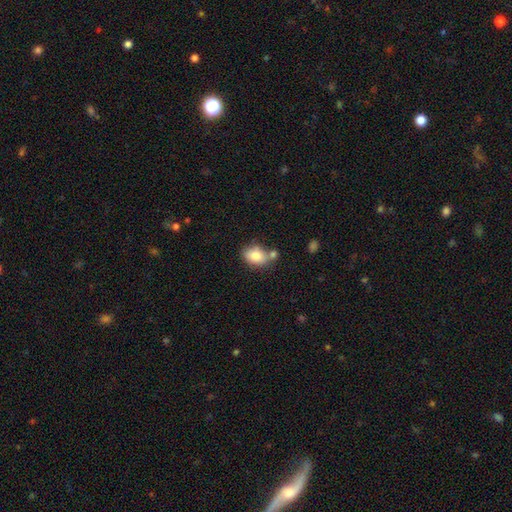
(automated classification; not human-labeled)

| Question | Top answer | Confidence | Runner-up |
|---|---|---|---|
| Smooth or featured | smooth | 81% | featured or disk (11%) |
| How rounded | in between | 72% | round (27%) |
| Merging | none | 54% | merger (23%) |